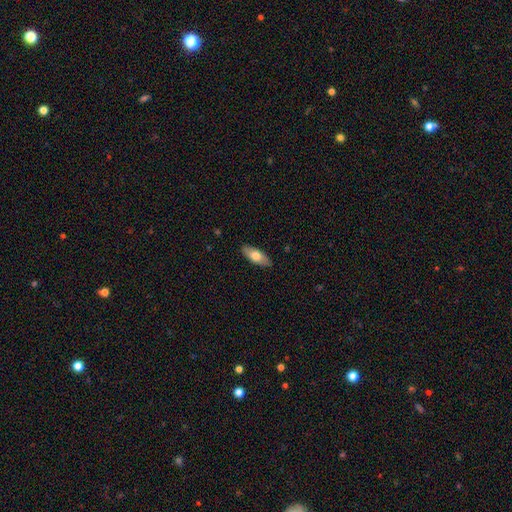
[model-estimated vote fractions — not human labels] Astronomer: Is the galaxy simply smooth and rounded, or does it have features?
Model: smooth — 70%.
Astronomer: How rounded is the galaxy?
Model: in between — 82%.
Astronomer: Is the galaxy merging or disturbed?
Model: none — 88%.